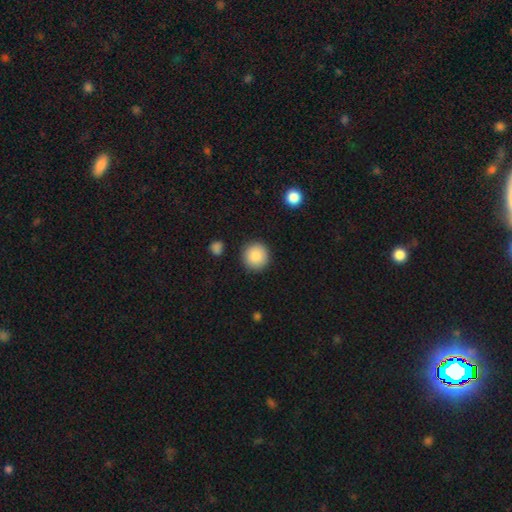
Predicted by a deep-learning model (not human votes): Smooth or featured: smooth — 89% (star or artifact — 8%)
How rounded: round — 95% (in between — 4%)
Merging: none — 91% (minor disturbance — 6%)